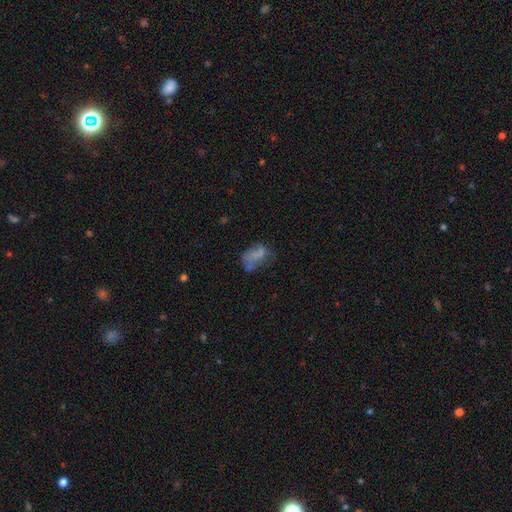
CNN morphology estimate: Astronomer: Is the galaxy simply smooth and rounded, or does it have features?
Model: smooth — 55% (runner-up: featured or disk, 31%).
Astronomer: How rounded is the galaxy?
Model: in between — 81%.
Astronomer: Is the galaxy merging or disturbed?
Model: none — 36% (runner-up: minor disturbance, 23%).